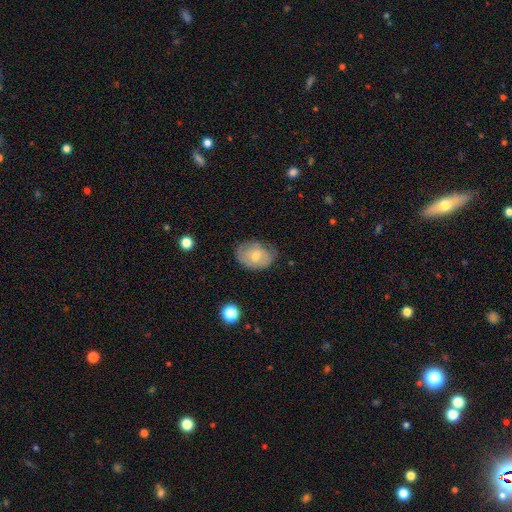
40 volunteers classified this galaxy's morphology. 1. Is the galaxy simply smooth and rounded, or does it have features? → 52% smooth, 40% featured or disk, 8% star or artifact.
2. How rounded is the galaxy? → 95% in between, 5% round, 0% cigar-shaped.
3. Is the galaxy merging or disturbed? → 92% none, 5% minor disturbance, 3% major disturbance, 0% merger.